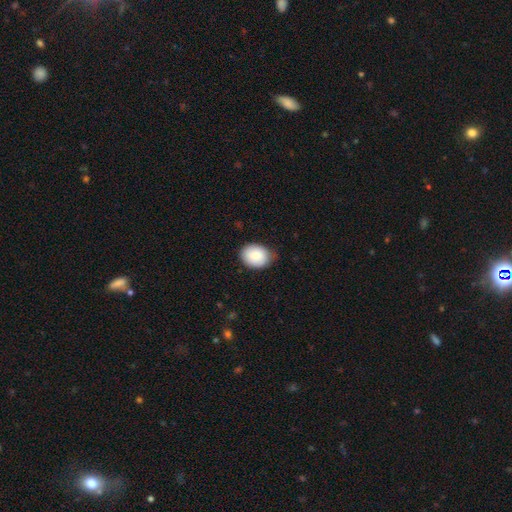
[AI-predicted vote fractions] Overall: smooth (86%). How rounded: in between (63%; round 37%). Merging: none (75%).